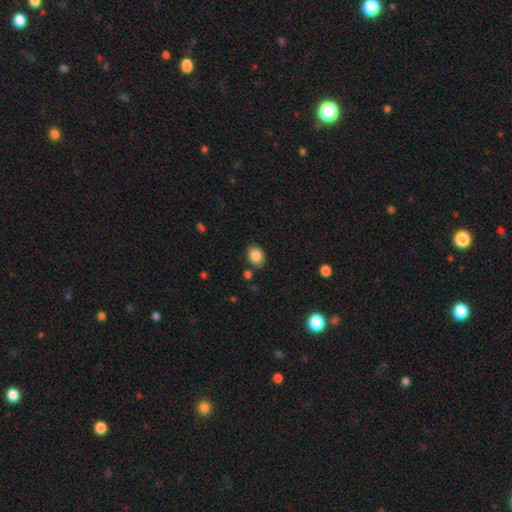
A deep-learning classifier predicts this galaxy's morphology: smooth-or-featured: smooth: 86% | star or artifact: 9% | featured or disk: 5%
  how-rounded: in between: 51% | round: 48% | cigar-shaped: 1%
  merging: none: 80% | minor disturbance: 12% | merger: 4% | major disturbance: 3%